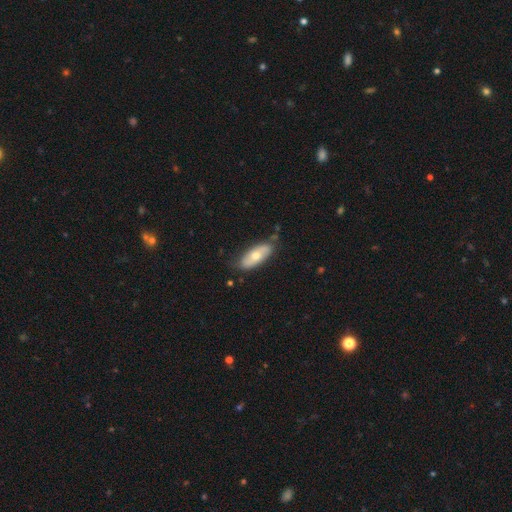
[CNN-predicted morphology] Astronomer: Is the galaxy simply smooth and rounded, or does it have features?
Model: smooth — 57% (runner-up: featured or disk, 37%).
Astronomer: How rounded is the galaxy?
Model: in between — 81%.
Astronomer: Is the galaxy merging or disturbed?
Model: none — 75%.